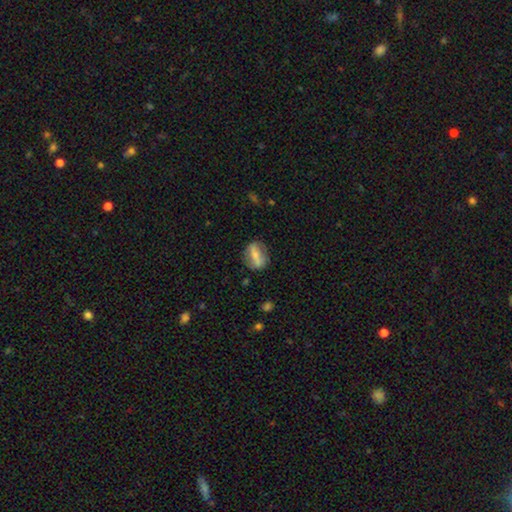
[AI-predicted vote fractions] The model was most divided on "smooth or featured": featured or disk: 49%, smooth: 44%, star or artifact: 7%. More confident: merging — none (76%).